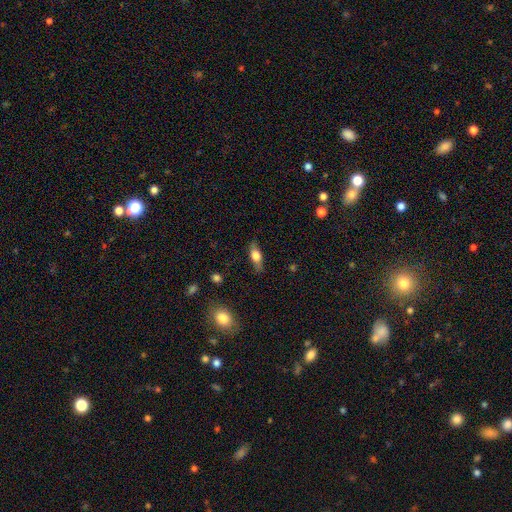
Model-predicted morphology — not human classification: The model was most divided on "smooth or featured": smooth: 59%, featured or disk: 33%, star or artifact: 8%. More confident: merging — none (76%); how rounded — in between (69%).